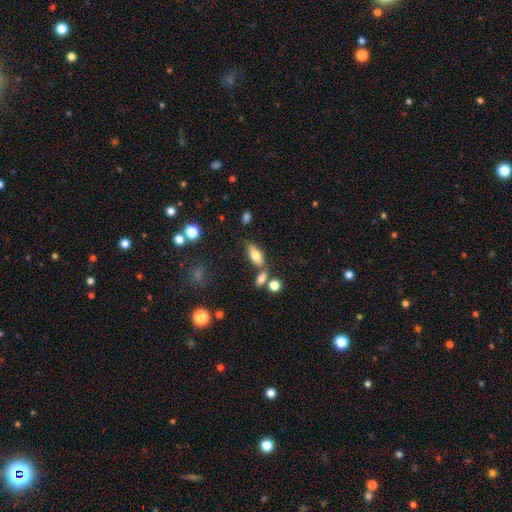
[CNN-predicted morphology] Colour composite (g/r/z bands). It shows a smooth galaxy with no disk features (74%) that is in between round and cigar-shaped (81%). Merging: none (62%).